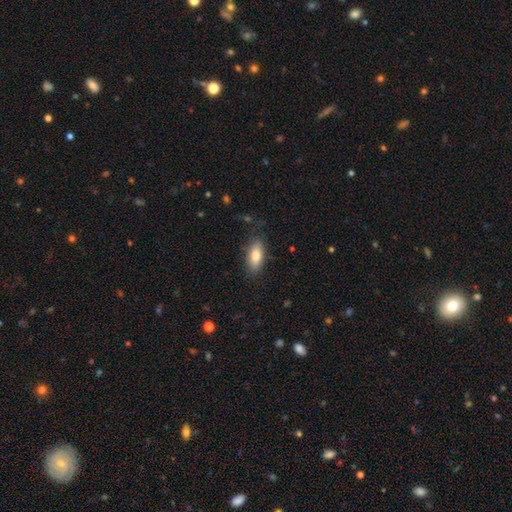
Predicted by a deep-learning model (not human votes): smooth-or-featured: smooth: 80% | featured or disk: 13% | star or artifact: 7%
  how-rounded: in between: 84% | cigar-shaped: 13% | round: 3%
  merging: none: 81% | minor disturbance: 14% | major disturbance: 4% | merger: 1%